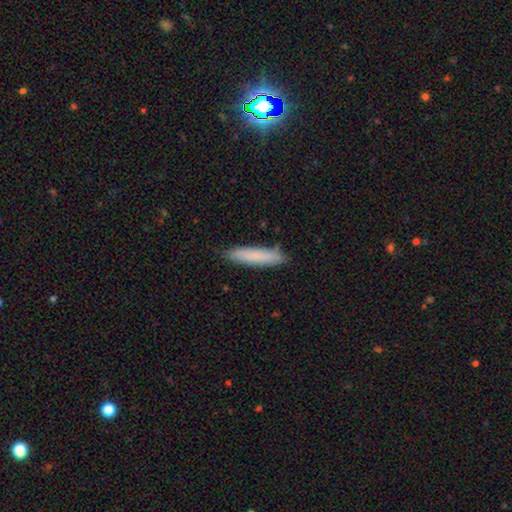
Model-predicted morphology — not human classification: smooth-or-featured: smooth: 82% | featured or disk: 12% | star or artifact: 6%
  how-rounded: cigar-shaped: 87% | in between: 12% | round: 1%
  merging: none: 86% | minor disturbance: 11% | major disturbance: 2% | merger: 1%